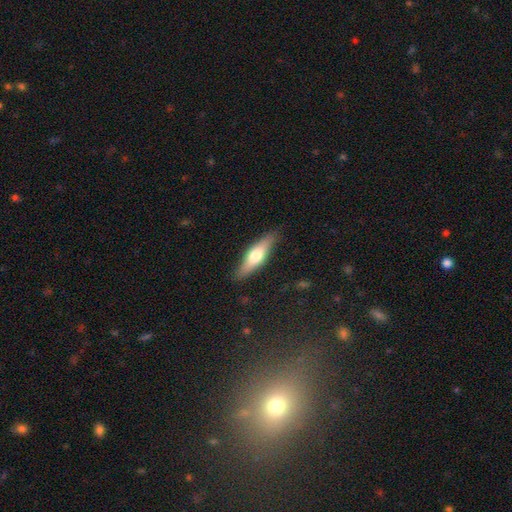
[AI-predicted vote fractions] smooth-or-featured: smooth: 53% | featured or disk: 42% | star or artifact: 6%
  how-rounded: cigar-shaped: 62% | in between: 36% | round: 2%
  merging: none: 85% | minor disturbance: 12% | major disturbance: 2% | merger: 1%